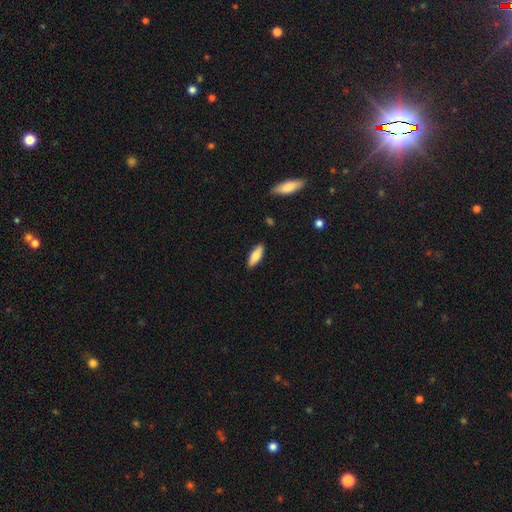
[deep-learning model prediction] Smooth or featured: smooth — 77% (featured or disk — 17%)
How rounded: in between — 61% (cigar-shaped — 37%)
Merging: none — 88% (minor disturbance — 9%)